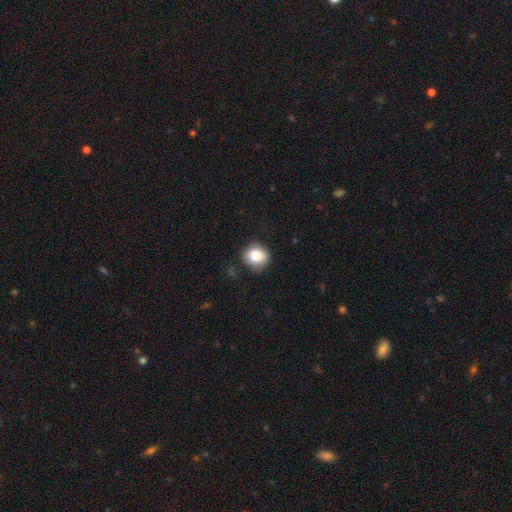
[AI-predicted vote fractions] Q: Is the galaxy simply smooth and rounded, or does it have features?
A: smooth — 86%.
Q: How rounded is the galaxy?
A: round — 77%.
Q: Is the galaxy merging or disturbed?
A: none — 71%.